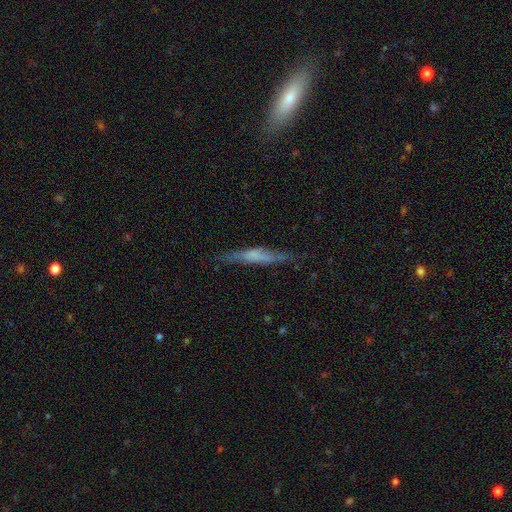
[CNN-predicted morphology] smooth-or-featured: featured or disk: 51% | smooth: 41% | star or artifact: 8%
  disk-edge-on: yes: 91% | no: 9%
  merging: none: 74% | minor disturbance: 19% | major disturbance: 6% | merger: 2%